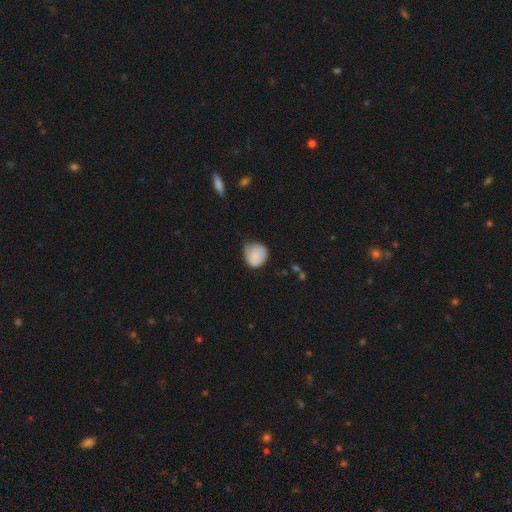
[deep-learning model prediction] The model was most divided on "merging": minor disturbance: 44%, none: 41%, major disturbance: 13%, merger: 2%. More confident: smooth or featured — smooth (77%); how rounded — round (77%).